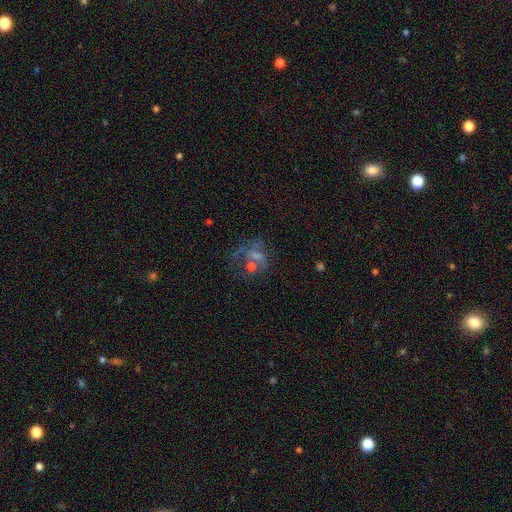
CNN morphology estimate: smooth_or_featured: featured or disk (p=0.48) [alt: star or artifact p=0.28]
merging: none (p=0.41) [alt: major disturbance p=0.29]